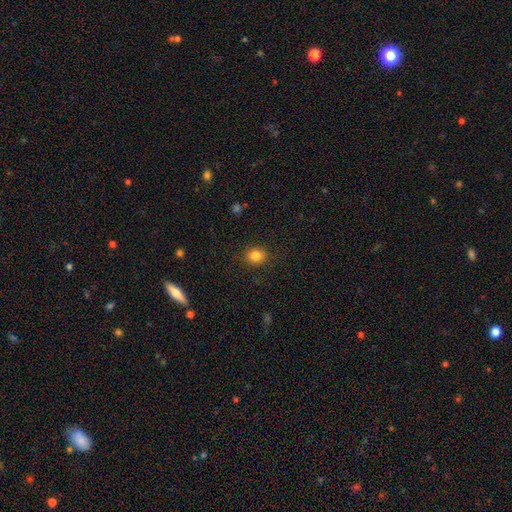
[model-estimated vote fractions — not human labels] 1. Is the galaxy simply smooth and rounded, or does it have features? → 83% smooth, 11% star or artifact, 6% featured or disk.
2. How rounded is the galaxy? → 69% round, 30% in between, 1% cigar-shaped.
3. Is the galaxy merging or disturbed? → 87% none, 9% minor disturbance, 3% major disturbance, 1% merger.